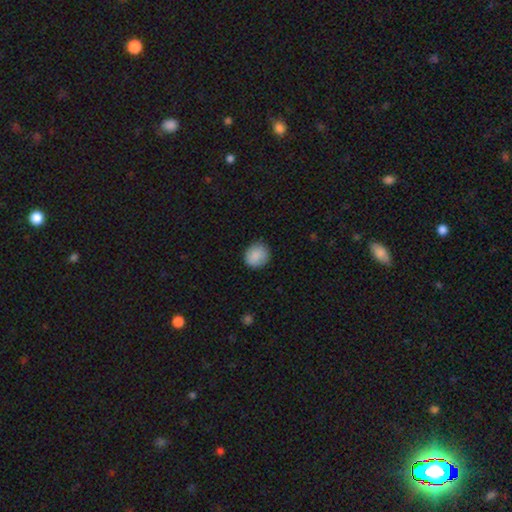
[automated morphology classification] A smooth galaxy with no disk features (88%) that is round (79%). Merging: none (87%).